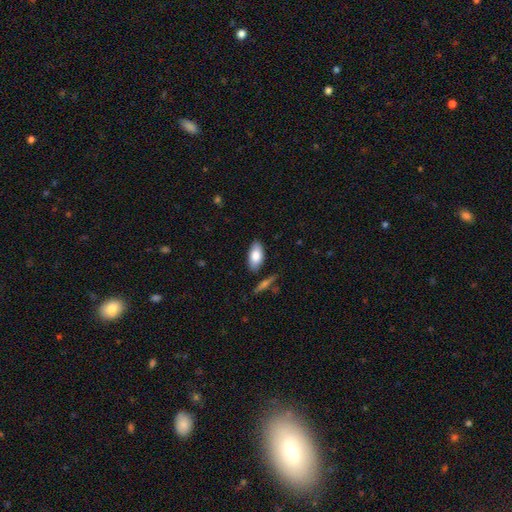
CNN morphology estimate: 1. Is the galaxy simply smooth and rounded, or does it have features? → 81% smooth, 13% featured or disk, 6% star or artifact.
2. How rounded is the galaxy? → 92% in between, 5% cigar-shaped, 3% round.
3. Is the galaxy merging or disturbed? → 84% none, 11% minor disturbance, 3% merger, 2% major disturbance.